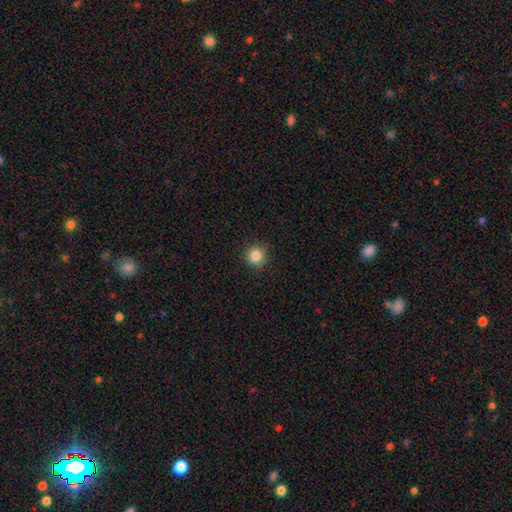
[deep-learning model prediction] Smooth or featured? Predicted: smooth (p=0.84). How rounded? Predicted: round (p=0.94). Merging? Predicted: none (p=0.90).